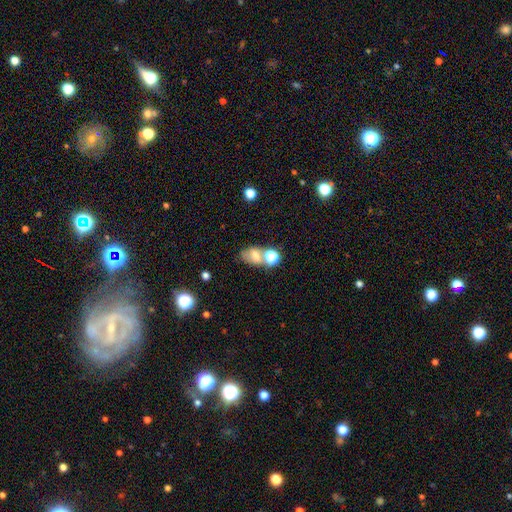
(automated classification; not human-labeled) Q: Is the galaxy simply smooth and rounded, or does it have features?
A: smooth — 64%.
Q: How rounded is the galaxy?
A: in between — 76%.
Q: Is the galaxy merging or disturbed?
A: merger — 39%.